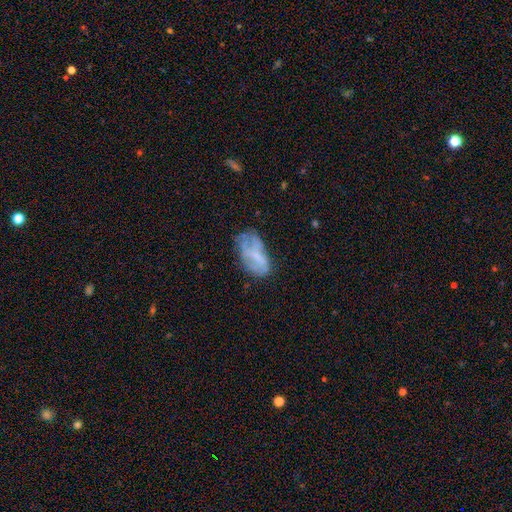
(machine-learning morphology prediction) The model was most divided on "smooth or featured": featured or disk: 46%, smooth: 44%, star or artifact: 10%. Remaining: merging — none (48%).